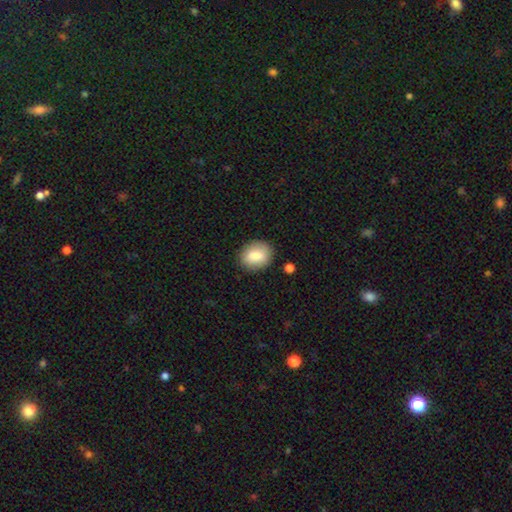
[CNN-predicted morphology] This appears to be a smooth galaxy with no disk features (82%) that is in between round and cigar-shaped (59%). Merging: none (85%).